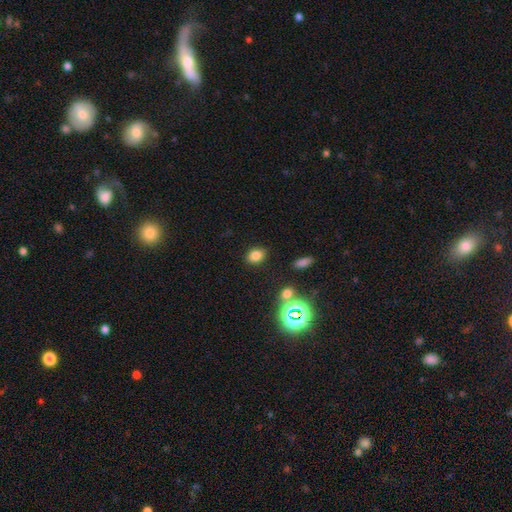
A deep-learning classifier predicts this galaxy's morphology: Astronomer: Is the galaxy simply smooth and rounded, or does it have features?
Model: smooth — 77%.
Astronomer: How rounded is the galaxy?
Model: in between — 64%.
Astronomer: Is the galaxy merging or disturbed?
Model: none — 85%.